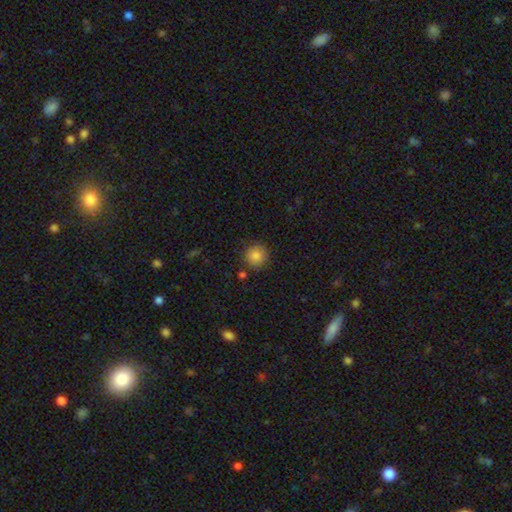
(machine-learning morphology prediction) Smooth or featured: smooth — 85% (star or artifact — 9%)
How rounded: round — 93% (in between — 6%)
Merging: none — 85% (minor disturbance — 10%)